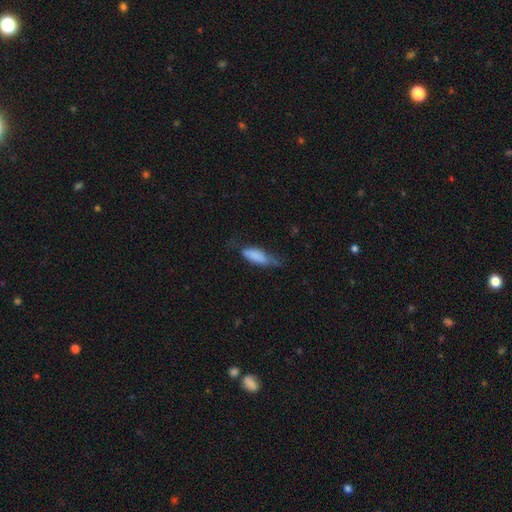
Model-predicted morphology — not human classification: smooth_or_featured: smooth (p=0.76) [alt: featured or disk p=0.17]
how_rounded: in between (p=0.65) [alt: cigar-shaped p=0.32]
merging: minor disturbance (p=0.41) [alt: none p=0.35]